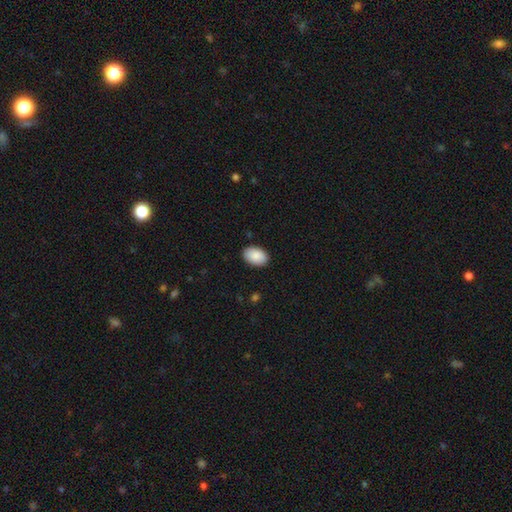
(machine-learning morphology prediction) Smooth or featured? Predicted: smooth (p=0.90). How rounded? Predicted: in between (p=0.89). Merging? Predicted: none (p=0.89).